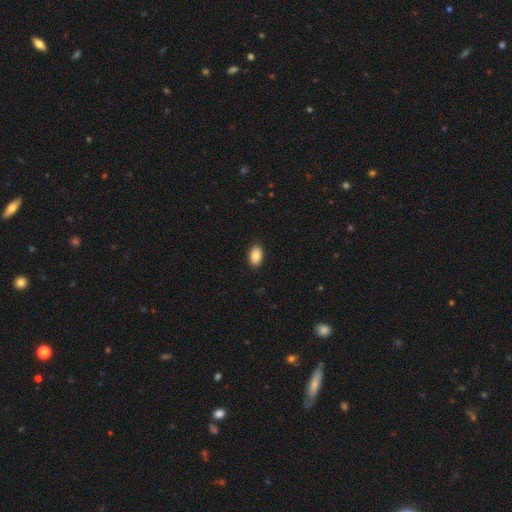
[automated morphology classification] This appears to be a smooth galaxy with no disk features (88%) that is in between round and cigar-shaped (89%). Merging: none (90%).